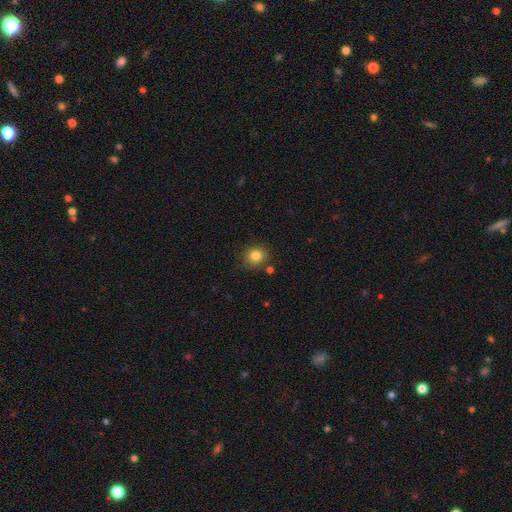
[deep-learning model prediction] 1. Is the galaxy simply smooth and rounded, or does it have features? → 83% smooth, 11% star or artifact, 6% featured or disk.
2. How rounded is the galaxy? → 84% round, 16% in between, 1% cigar-shaped.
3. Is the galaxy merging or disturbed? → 82% none, 11% minor disturbance, 4% merger, 3% major disturbance.